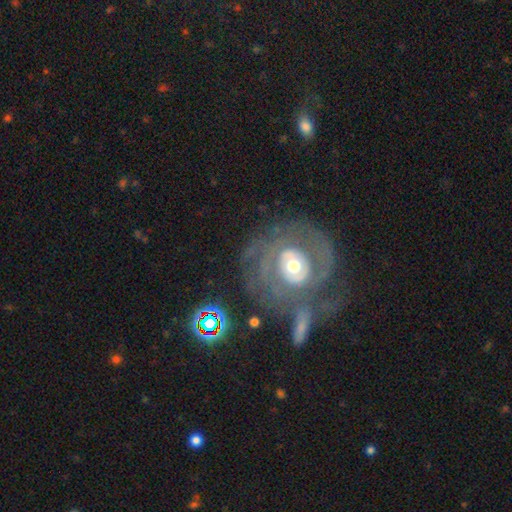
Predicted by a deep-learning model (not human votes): Smooth or featured? Predicted: featured or disk (p=0.79). Edge-on disk? Predicted: no (p=0.96). Bar? Predicted: no (p=0.67). Spiral arms? Predicted: yes (p=0.78). Spiral winding? Predicted: tight (p=0.64). Spiral arm count? Predicted: can't tell (p=0.37). Bulge size? Predicted: moderate (p=0.62). Merging? Predicted: none (p=0.54).